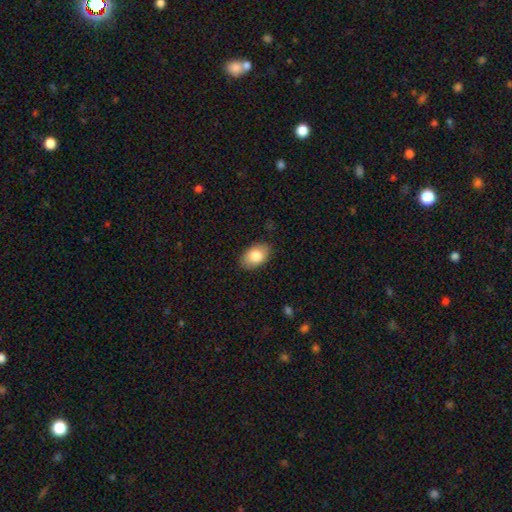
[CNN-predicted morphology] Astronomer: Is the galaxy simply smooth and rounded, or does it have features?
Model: smooth — 83%.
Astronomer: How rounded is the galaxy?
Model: in between — 90%.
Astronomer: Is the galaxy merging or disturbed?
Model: none — 86%.